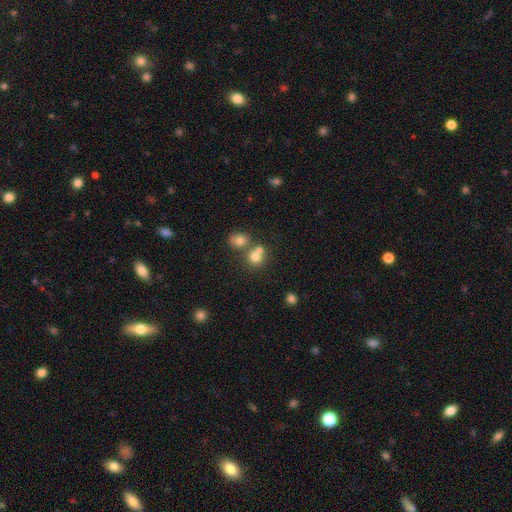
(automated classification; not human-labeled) smooth_or_featured: smooth (p=0.74) [alt: star or artifact p=0.14]
how_rounded: round (p=0.82) [alt: in between p=0.17]
merging: none (p=0.45) [alt: merger p=0.44]